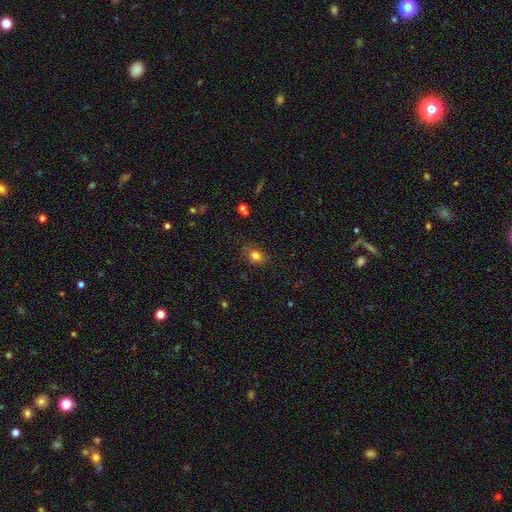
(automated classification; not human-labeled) Smooth or featured?
  - smooth: 79% *
  - star or artifact: 12%
  - featured or disk: 9%
How rounded?
  - in between: 62% *
  - round: 36%
  - cigar-shaped: 1%
Merging?
  - none: 78% *
  - minor disturbance: 16%
  - major disturbance: 4%
  - merger: 2%